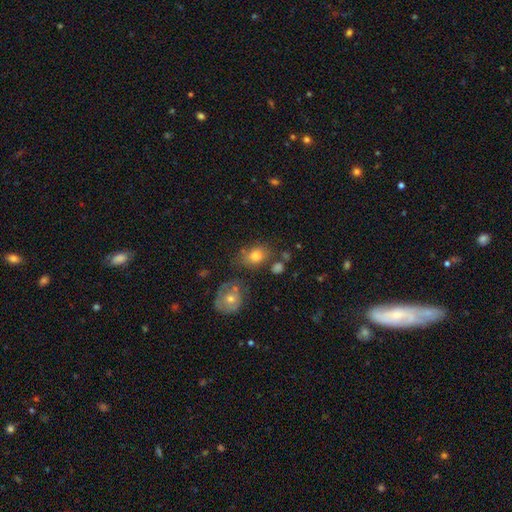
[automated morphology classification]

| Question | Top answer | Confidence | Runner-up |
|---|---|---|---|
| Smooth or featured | smooth | 75% | featured or disk (14%) |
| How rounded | in between | 59% | round (40%) |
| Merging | none | 60% | minor disturbance (19%) |